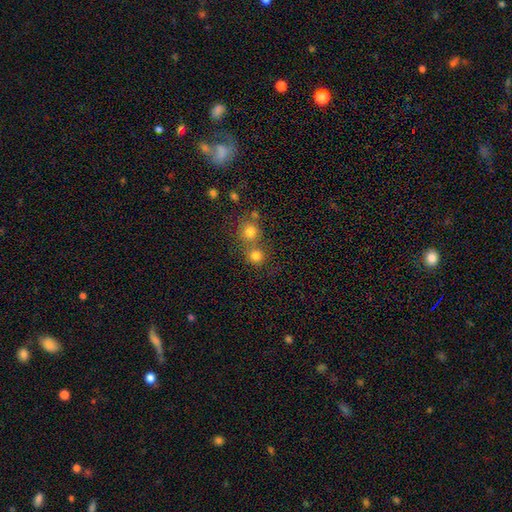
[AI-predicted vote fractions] Morphology: type=smooth (79%); roundness=round (90%); merging=none (54%).